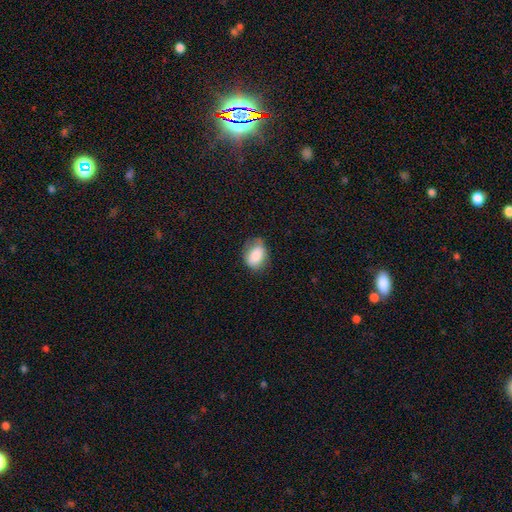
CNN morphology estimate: A smooth galaxy with no disk features (82%) that is in between round and cigar-shaped (68%). Merging: none (61%).